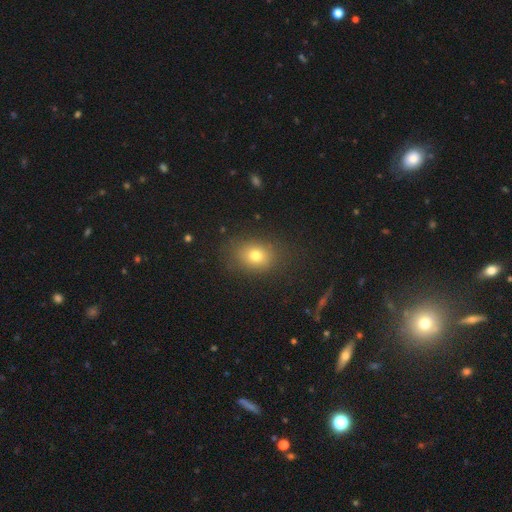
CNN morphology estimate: This is likely a smooth galaxy (76%). How rounded: possibly in between (58%). Merging: clearly none (80%).